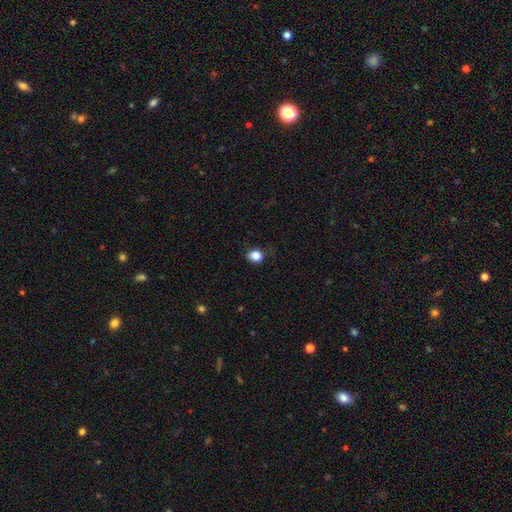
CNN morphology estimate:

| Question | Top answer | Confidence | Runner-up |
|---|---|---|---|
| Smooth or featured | smooth | 85% | star or artifact (11%) |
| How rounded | round | 66% | in between (33%) |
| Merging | none | 79% | minor disturbance (16%) |